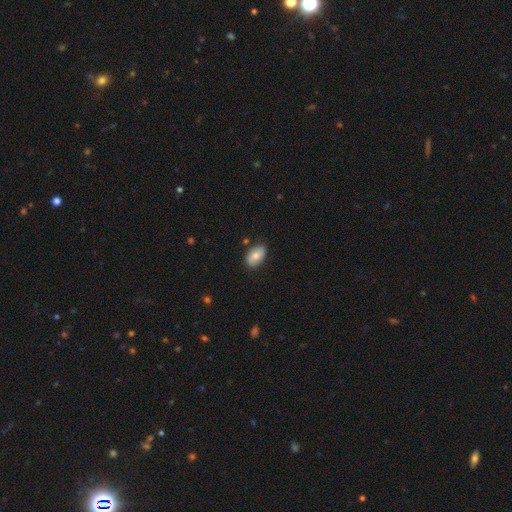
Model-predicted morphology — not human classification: type=smooth (76%); roundness=in between (92%); merging=none (81%).